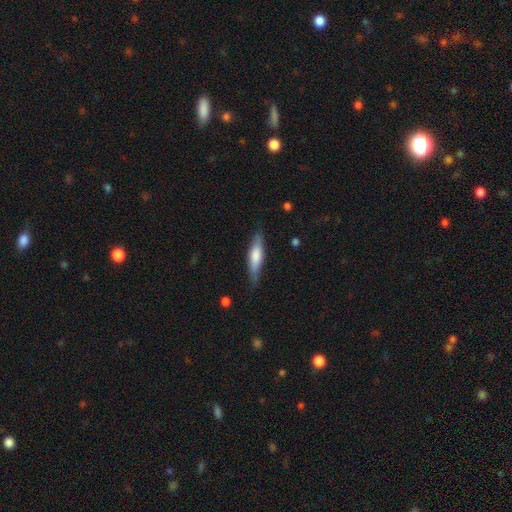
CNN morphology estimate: This appears to be a smooth galaxy with no disk features (61%) that is cigar-shaped (73%). Merging: none (79%).